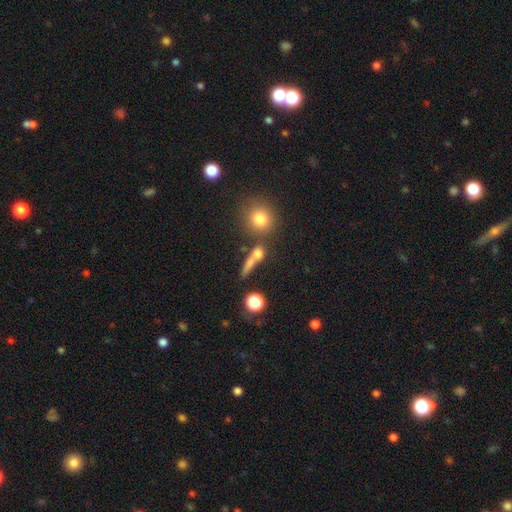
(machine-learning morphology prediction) This appears to be a smooth galaxy with no disk features (67%) that is round (40%). Merging: none (53%).